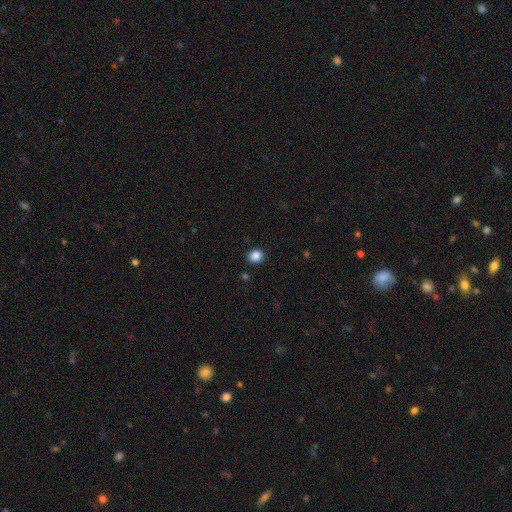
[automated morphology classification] Smooth or featured? smooth (86%)
How rounded? round (83%)
Merging? none (90%)